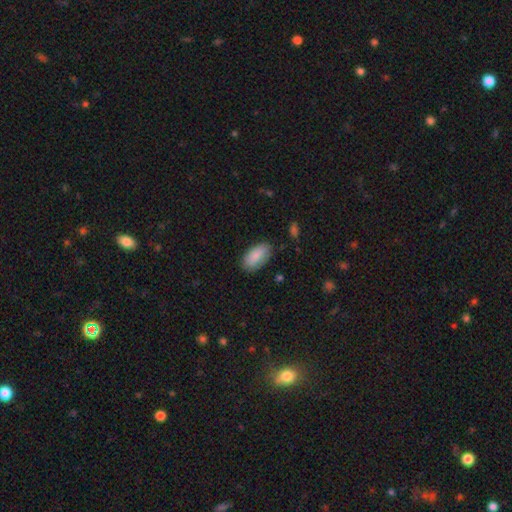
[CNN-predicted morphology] A smooth galaxy with no disk features (88%) that is in between round and cigar-shaped (93%). Merging: none (81%).